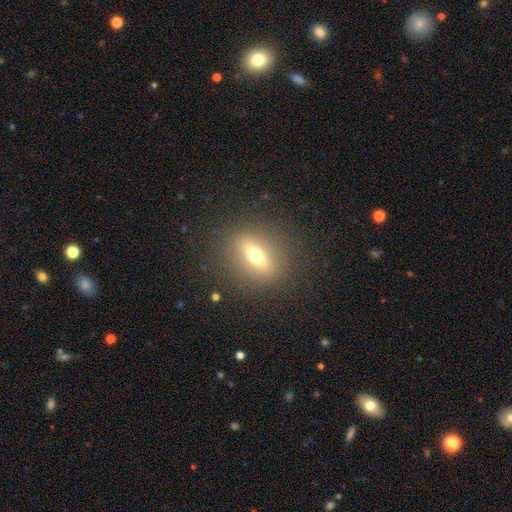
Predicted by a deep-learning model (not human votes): Q: Smooth or featured?
A: smooth (44%); tied with: featured or disk (44%)
Q: Merging?
A: none (86%); runner-up: minor disturbance (8%)